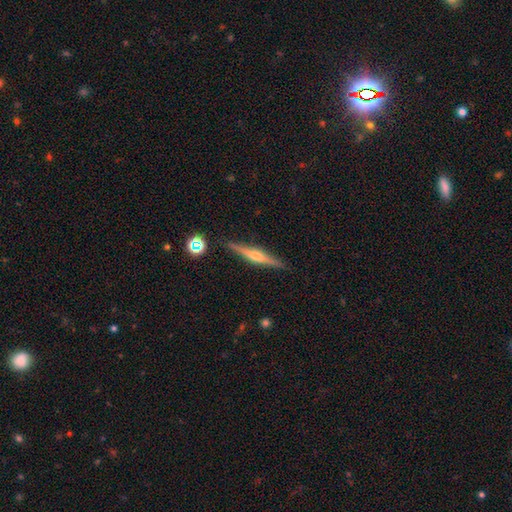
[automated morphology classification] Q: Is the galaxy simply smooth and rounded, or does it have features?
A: featured or disk — 71%.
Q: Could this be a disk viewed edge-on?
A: yes — 98%.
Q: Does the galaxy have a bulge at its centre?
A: rounded — 85%.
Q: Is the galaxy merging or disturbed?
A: none — 90%.